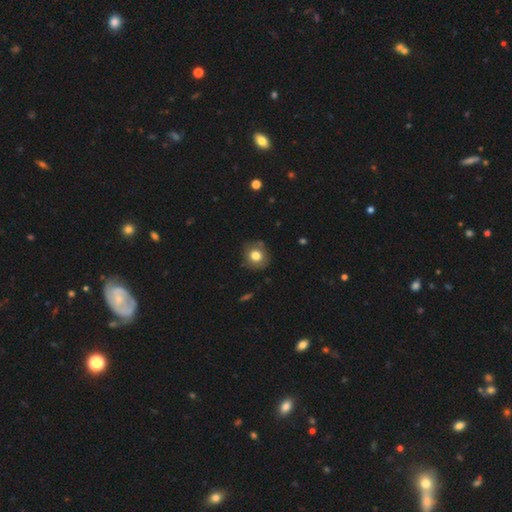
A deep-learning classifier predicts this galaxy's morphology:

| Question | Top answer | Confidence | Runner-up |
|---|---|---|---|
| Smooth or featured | smooth | 76% | featured or disk (15%) |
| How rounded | round | 83% | in between (16%) |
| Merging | none | 80% | minor disturbance (15%) |